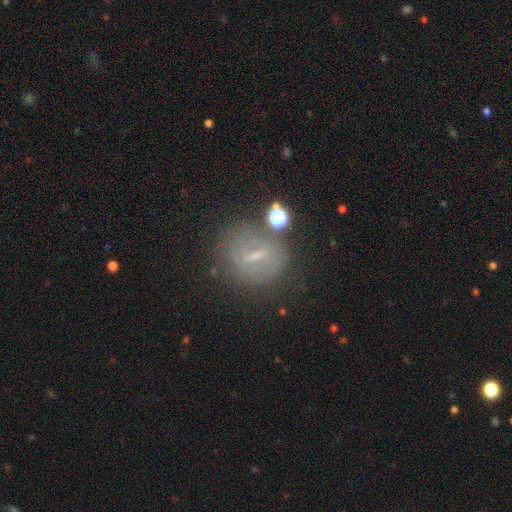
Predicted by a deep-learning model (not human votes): A featured or disk galaxy (52%).

Vote fractions:
- Smooth or featured? featured or disk: 52% / smooth: 29% / star or artifact: 19%
- Edge-on disk? no: 85% / yes: 15%
- Merging? none: 71% / minor disturbance: 15% / major disturbance: 8% / merger: 6%